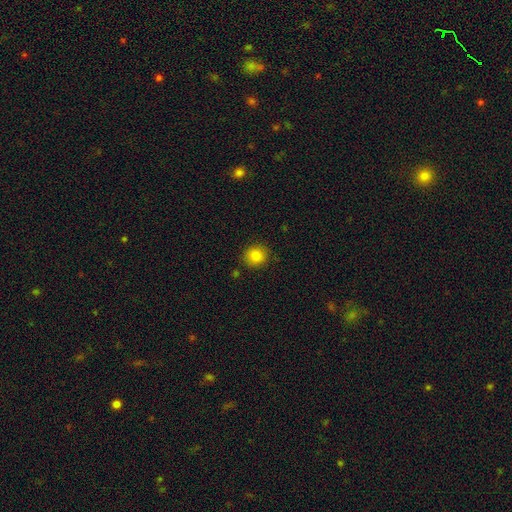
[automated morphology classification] Smooth or featured? smooth (84%)
How rounded? round (85%)
Merging? none (88%)